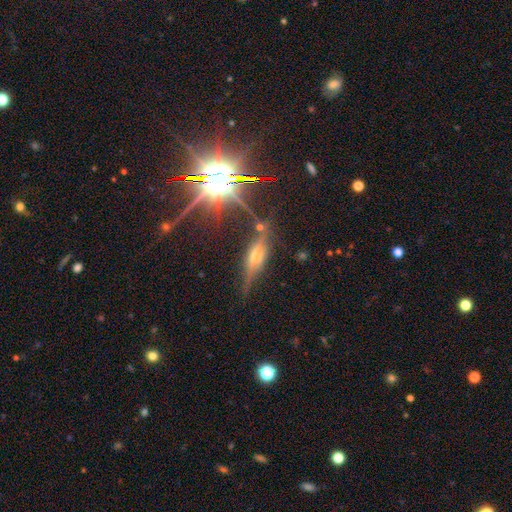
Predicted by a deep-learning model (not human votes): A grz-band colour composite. It shows a featured or disk galaxy (60%) viewed edge-on (87%) with a rounded central bulge (81%). Merging: none (68%).